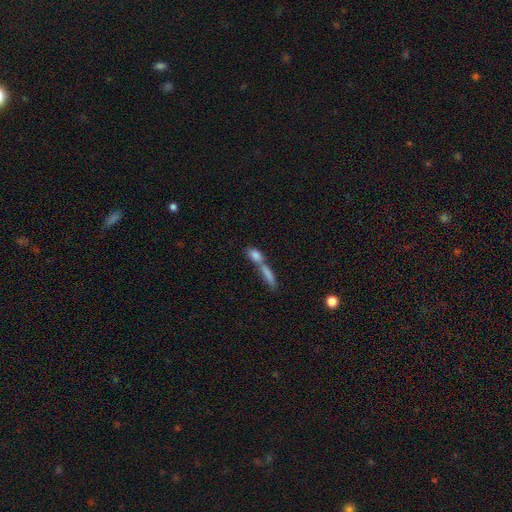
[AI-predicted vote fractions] smooth 78%, featured or disk 14%, star or artifact 8%. Down the decision tree: how rounded — in between (54%); merging — merger (64%).